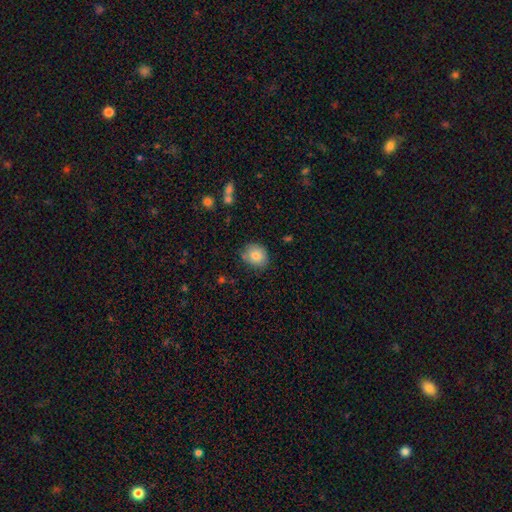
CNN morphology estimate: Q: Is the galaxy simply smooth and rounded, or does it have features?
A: smooth — 82%.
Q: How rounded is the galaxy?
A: round — 69%.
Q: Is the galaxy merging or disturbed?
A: none — 79%.